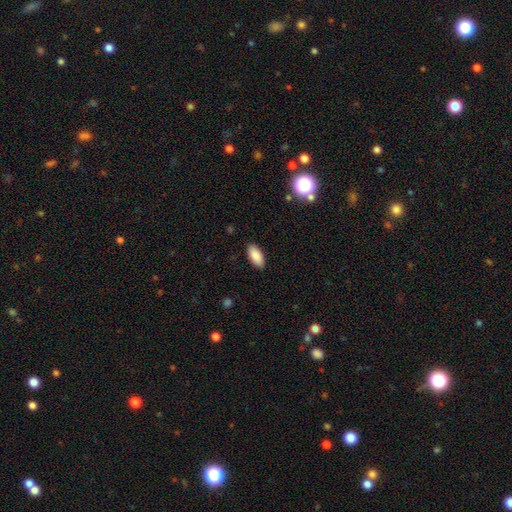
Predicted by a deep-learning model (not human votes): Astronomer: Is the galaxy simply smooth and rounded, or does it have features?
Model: smooth — 89%.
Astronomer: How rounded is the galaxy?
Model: in between — 90%.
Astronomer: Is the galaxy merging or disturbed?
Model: none — 89%.